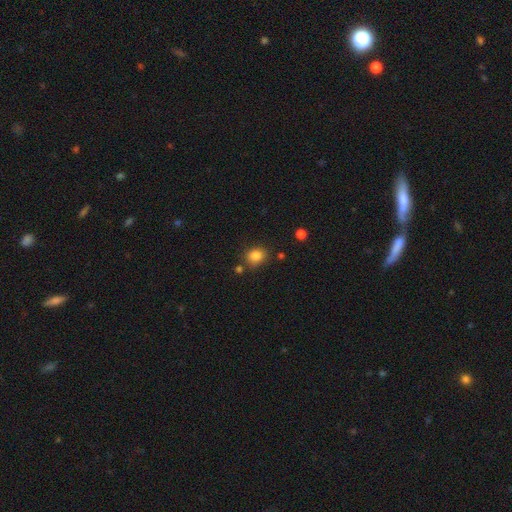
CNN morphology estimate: smooth_or_featured: smooth (p=0.84) [alt: star or artifact p=0.11]
how_rounded: round (p=0.58) [alt: in between p=0.41]
merging: none (p=0.76) [alt: minor disturbance p=0.13]